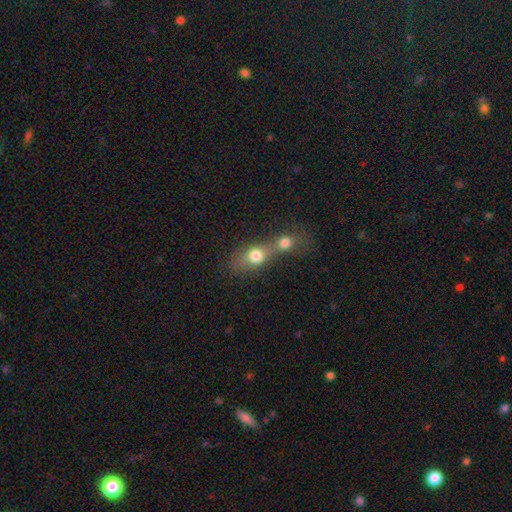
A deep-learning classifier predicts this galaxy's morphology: Smooth or featured: smooth — 74% (featured or disk — 15%)
How rounded: round — 54% (in between — 42%)
Merging: merger — 71% (none — 19%)